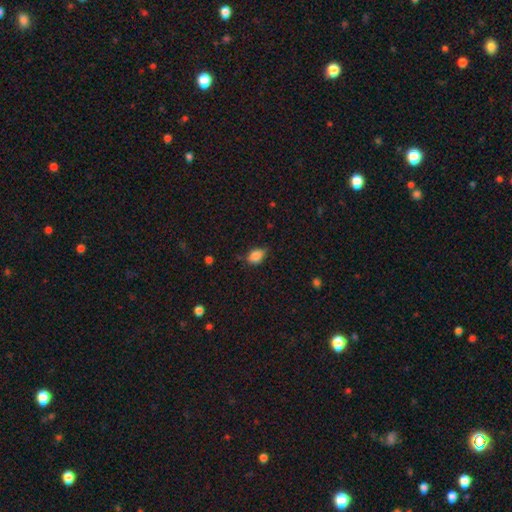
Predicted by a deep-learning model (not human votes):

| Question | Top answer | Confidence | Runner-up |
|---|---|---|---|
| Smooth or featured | smooth | 86% | star or artifact (9%) |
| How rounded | in between | 75% | round (23%) |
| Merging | none | 57% | minor disturbance (35%) |